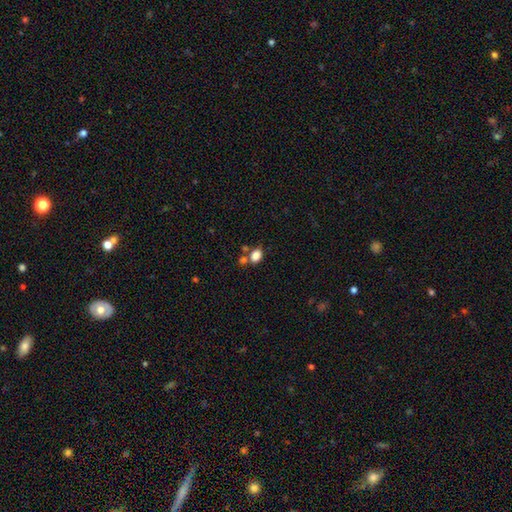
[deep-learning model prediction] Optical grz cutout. It shows a smooth galaxy with no disk features (84%) that is in between round and cigar-shaped (73%). Merging: none (58%).